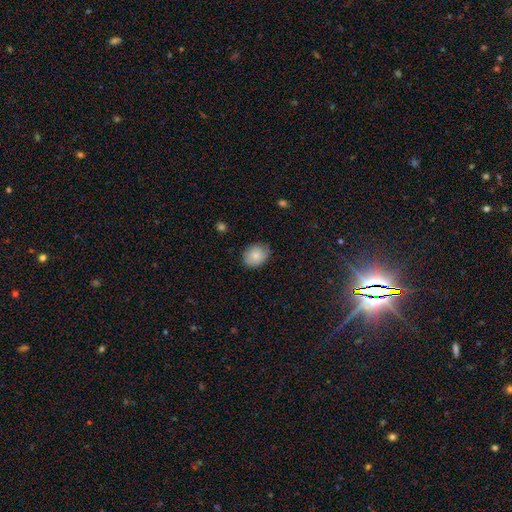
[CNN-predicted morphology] smooth-or-featured: smooth: 83% | featured or disk: 10% | star or artifact: 8%
  how-rounded: round: 53% | in between: 46% | cigar-shaped: 1%
  merging: none: 77% | minor disturbance: 19% | major disturbance: 3% | merger: 1%